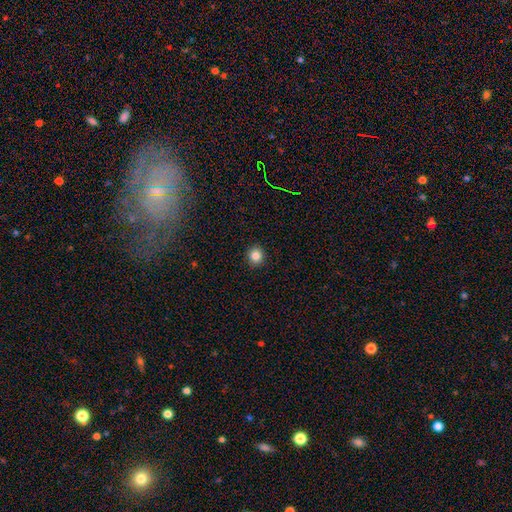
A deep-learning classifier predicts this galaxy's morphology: A smooth galaxy with no disk features (85%) that is round (90%). Merging: none (93%).